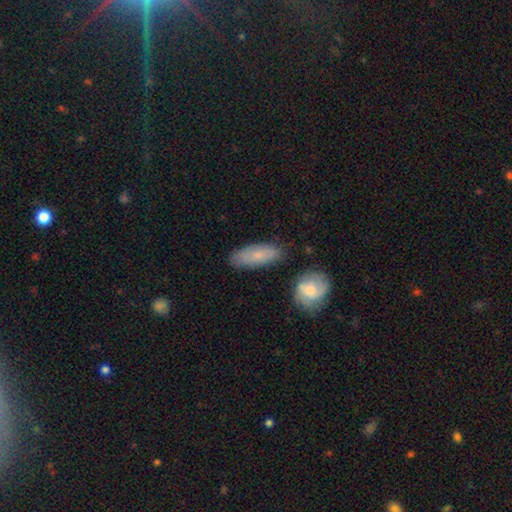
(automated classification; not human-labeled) smooth_or_featured: smooth (p=0.74) [alt: featured or disk p=0.20]
how_rounded: in between (p=0.72) [alt: cigar-shaped p=0.25]
merging: none (p=0.75) [alt: minor disturbance p=0.16]